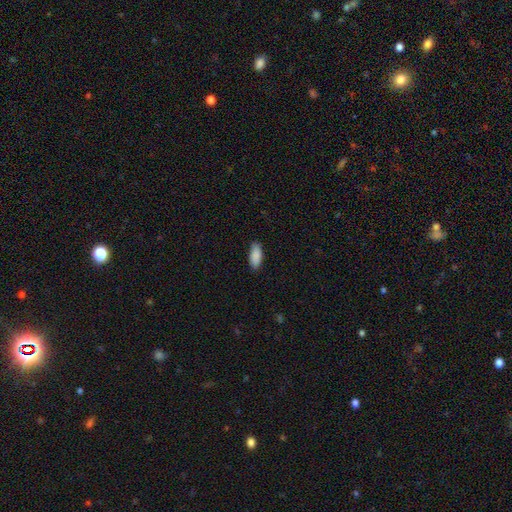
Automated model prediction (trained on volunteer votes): This is clearly a smooth galaxy (90%). How rounded: clearly in between (82%). Merging: clearly none (85%).